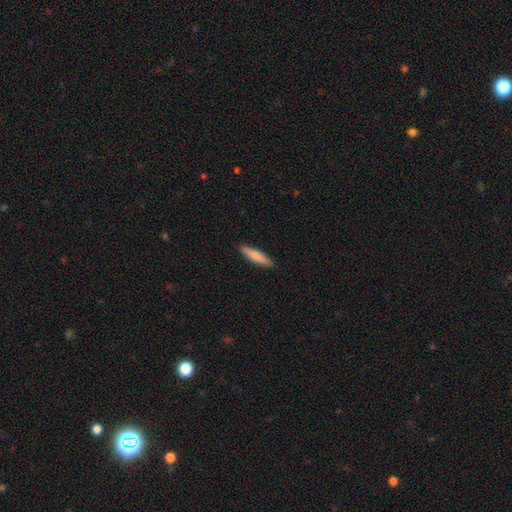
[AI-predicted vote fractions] Smooth or featured? smooth (80%)
How rounded? cigar-shaped (83%)
Merging? none (90%)